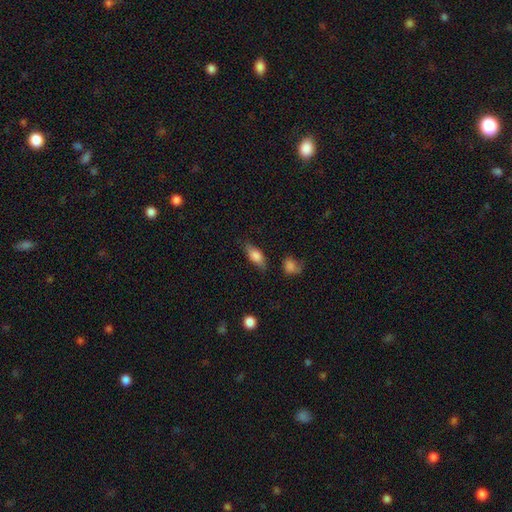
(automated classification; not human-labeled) smooth_or_featured: smooth (p=0.75) [alt: featured or disk p=0.17]
how_rounded: in between (p=0.78) [alt: cigar-shaped p=0.17]
merging: none (p=0.71) [alt: minor disturbance p=0.20]